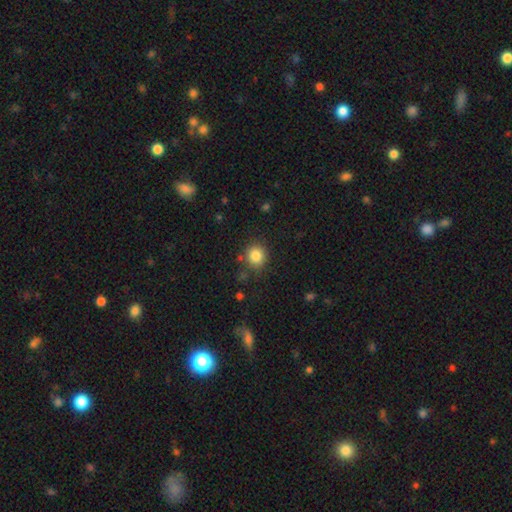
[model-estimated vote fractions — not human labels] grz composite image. It shows a smooth galaxy with no disk features (83%) that is round (86%). Merging: none (82%).